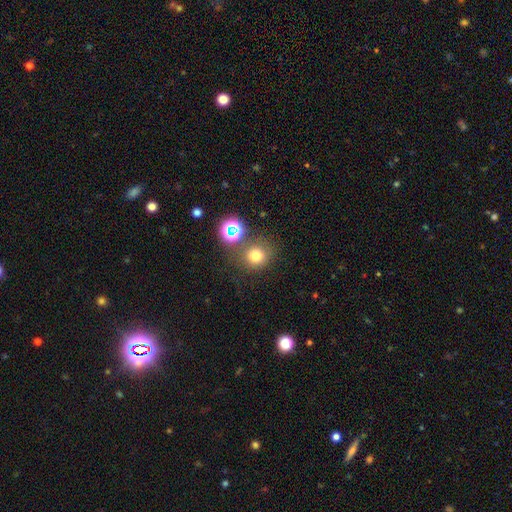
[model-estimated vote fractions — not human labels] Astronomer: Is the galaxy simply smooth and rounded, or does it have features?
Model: smooth — 73%.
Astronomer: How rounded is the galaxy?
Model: round — 86%.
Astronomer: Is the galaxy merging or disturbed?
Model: none — 74%.